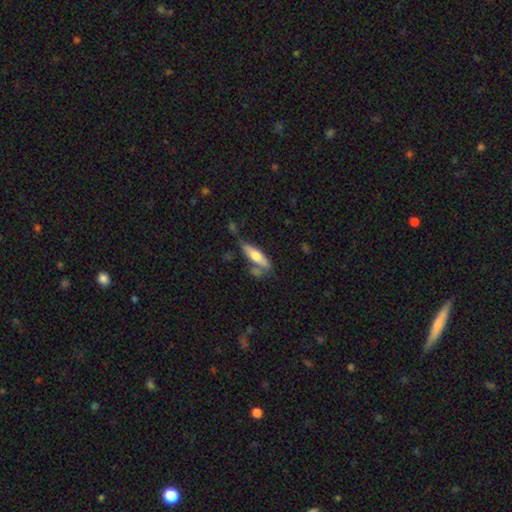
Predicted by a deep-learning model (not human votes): Smooth or featured?
  - smooth: 55% *
  - featured or disk: 39%
  - star or artifact: 6%
How rounded?
  - cigar-shaped: 55% *
  - in between: 43%
  - round: 2%
Merging?
  - none: 48% *
  - minor disturbance: 24%
  - merger: 18%
  - major disturbance: 10%